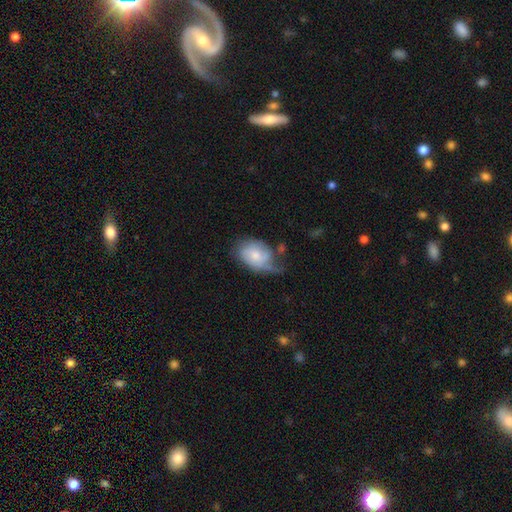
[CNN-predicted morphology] Smooth or featured? featured or disk (53%)
Edge-on disk? no (96%)
Bar? no (68%)
Spiral arms? yes (82%)
Bulge size? moderate (47%)
Merging? minor disturbance (34%)